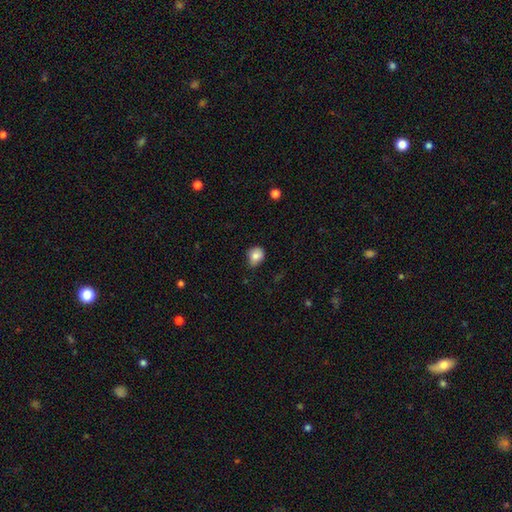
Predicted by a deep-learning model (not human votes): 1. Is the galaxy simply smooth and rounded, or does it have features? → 81% smooth, 9% star or artifact, 9% featured or disk.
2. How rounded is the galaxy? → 61% round, 38% in between, 1% cigar-shaped.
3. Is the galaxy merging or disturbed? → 60% none, 33% minor disturbance, 6% major disturbance, 2% merger.